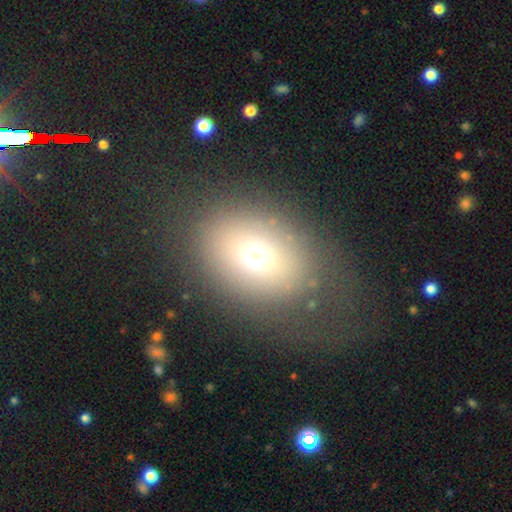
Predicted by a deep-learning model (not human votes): Smooth or featured: smooth — 68% (featured or disk — 17%)
How rounded: in between — 64% (round — 34%)
Merging: none — 64% (major disturbance — 18%)